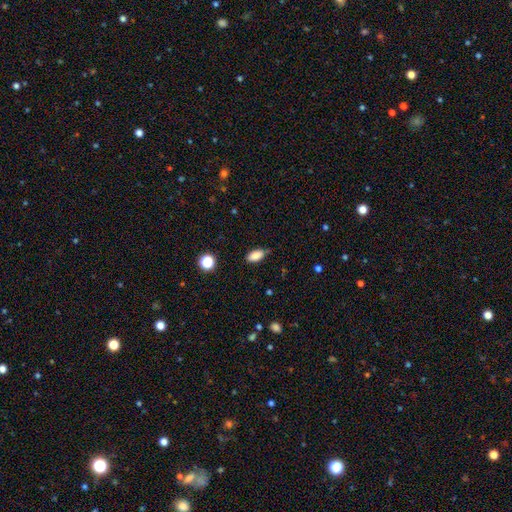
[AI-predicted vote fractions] Q: Smooth or featured?
A: smooth (86%); runner-up: star or artifact (9%)
Q: How rounded?
A: in between (90%); runner-up: cigar-shaped (6%)
Q: Merging?
A: none (78%); runner-up: minor disturbance (17%)